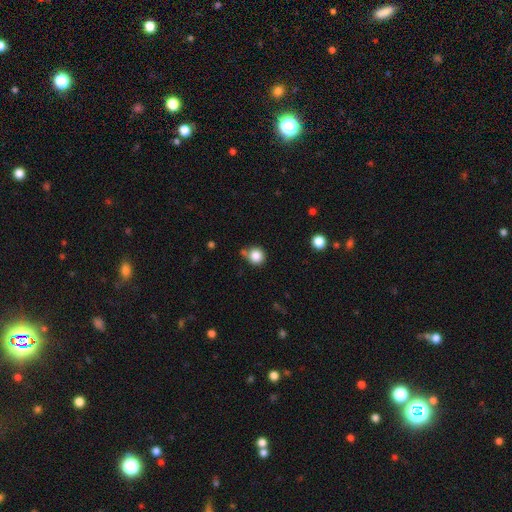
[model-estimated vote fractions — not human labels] The model was most divided on "merging": none: 68%, minor disturbance: 15%, merger: 13%, major disturbance: 4%. More confident: how rounded — round (92%); smooth or featured — smooth (85%).